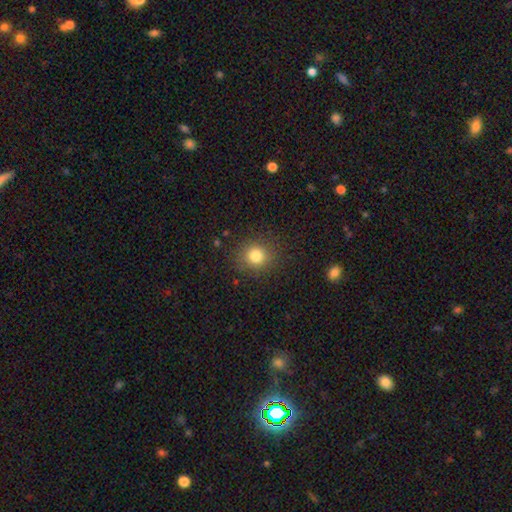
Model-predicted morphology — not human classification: This is clearly a smooth galaxy (81%). How rounded: clearly round (84%). Merging: clearly none (87%).